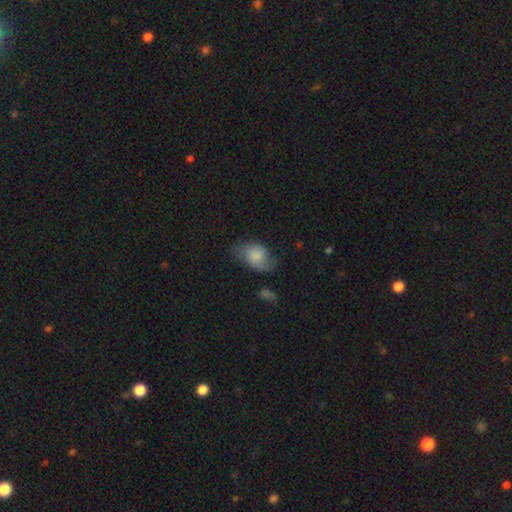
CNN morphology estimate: smooth-or-featured: smooth: 70% | featured or disk: 22% | star or artifact: 8%
  how-rounded: in between: 83% | round: 16% | cigar-shaped: 2%
  merging: none: 47% | minor disturbance: 34% | major disturbance: 17% | merger: 3%